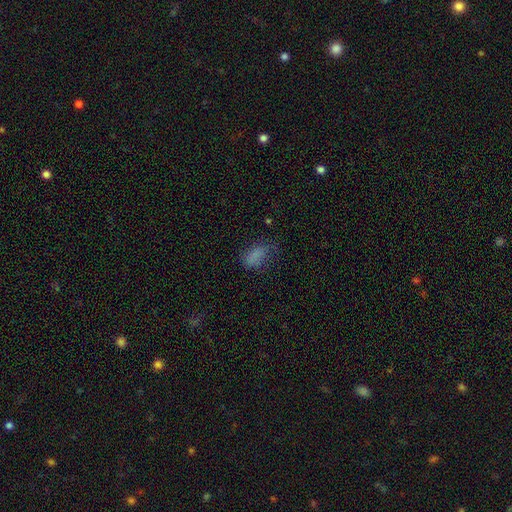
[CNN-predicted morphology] Smooth or featured: smooth — 72% (star or artifact — 16%)
How rounded: in between — 87% (round — 8%)
Merging: none — 47% (minor disturbance — 27%)